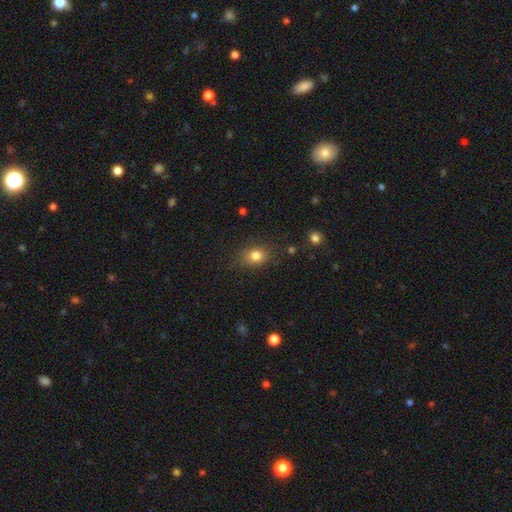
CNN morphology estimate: smooth_or_featured: smooth (p=0.81) [alt: star or artifact p=0.12]
how_rounded: in between (p=0.55) [alt: round p=0.44]
merging: none (p=0.79) [alt: minor disturbance p=0.15]